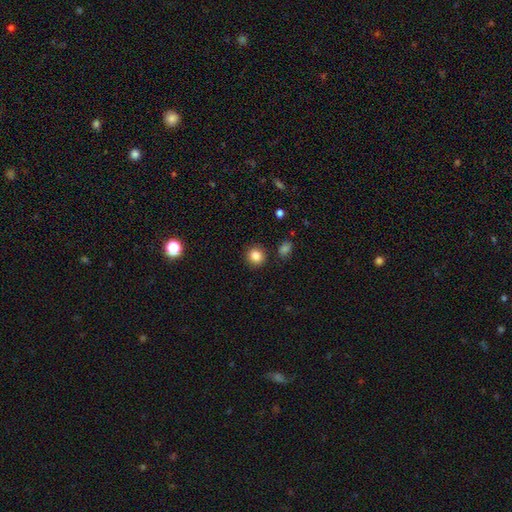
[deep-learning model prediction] smooth_or_featured: smooth (p=0.85) [alt: star or artifact p=0.10]
how_rounded: round (p=0.89) [alt: in between p=0.10]
merging: none (p=0.89) [alt: minor disturbance p=0.06]